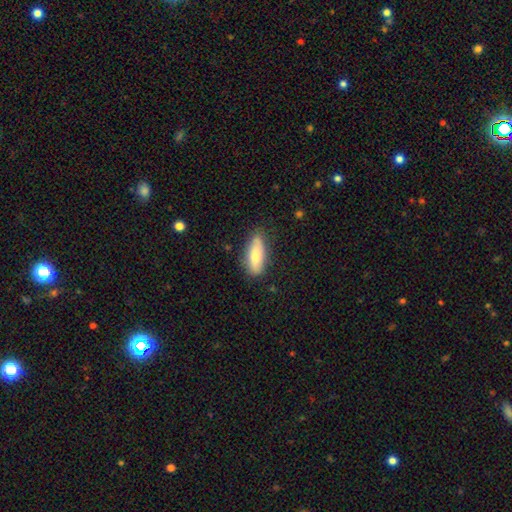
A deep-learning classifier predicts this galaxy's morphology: type=smooth (73%); roundness=in between (64%); merging=none (79%).